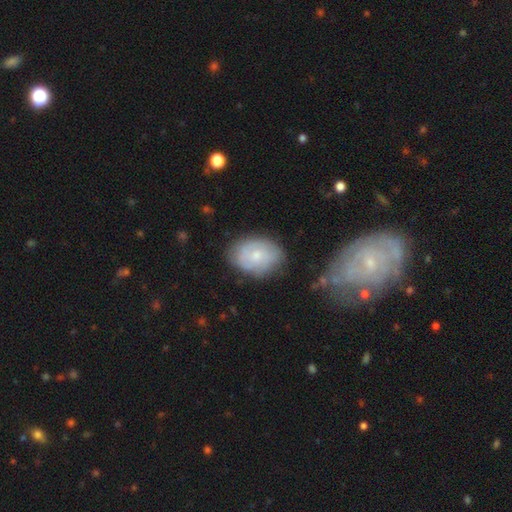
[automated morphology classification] Smooth or featured?
  - smooth: 53% *
  - featured or disk: 40%
  - star or artifact: 7%
How rounded?
  - in between: 73% *
  - round: 25%
  - cigar-shaped: 1%
Merging?
  - none: 72% *
  - minor disturbance: 20%
  - major disturbance: 5%
  - merger: 3%